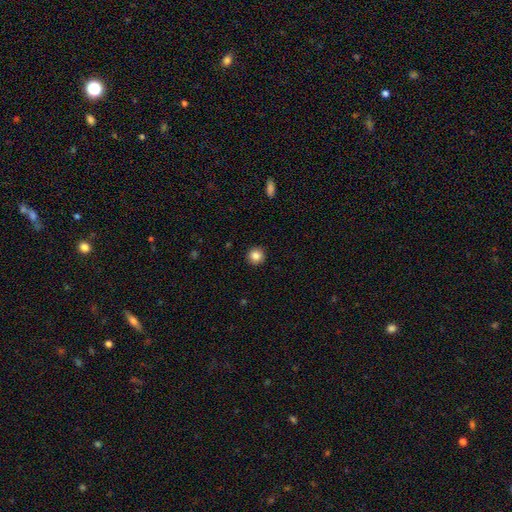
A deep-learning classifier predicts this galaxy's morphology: This is clearly a smooth galaxy (85%). How rounded: clearly round (95%). Merging: clearly none (93%).